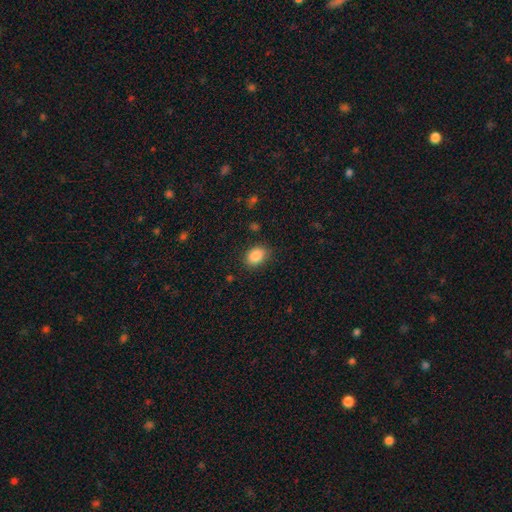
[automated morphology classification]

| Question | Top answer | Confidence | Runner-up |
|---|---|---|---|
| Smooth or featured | smooth | 87% | star or artifact (8%) |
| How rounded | in between | 68% | round (31%) |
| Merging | none | 84% | minor disturbance (11%) |